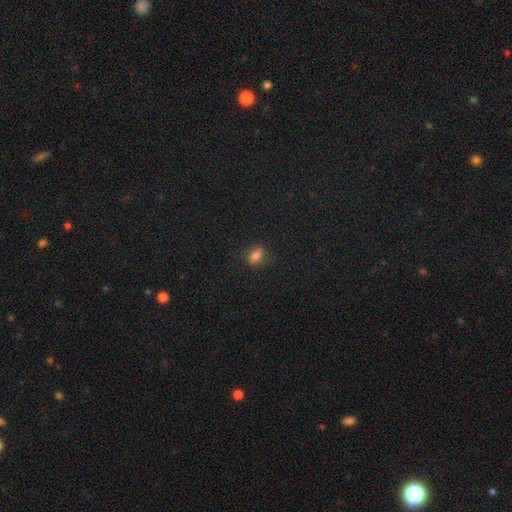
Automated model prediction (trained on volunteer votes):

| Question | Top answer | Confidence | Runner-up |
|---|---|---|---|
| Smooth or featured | smooth | 74% | star or artifact (15%) |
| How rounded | in between | 74% | round (21%) |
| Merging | none | 80% | minor disturbance (15%) |